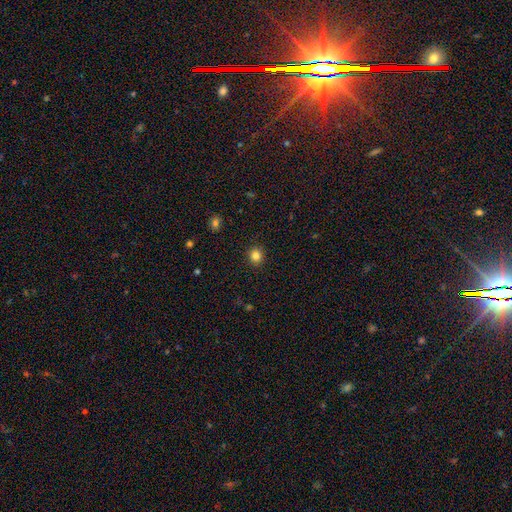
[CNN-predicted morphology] The model was most divided on "smooth or featured": smooth: 83%, star or artifact: 12%, featured or disk: 5%. More confident: merging — none (92%); how rounded — round (87%).